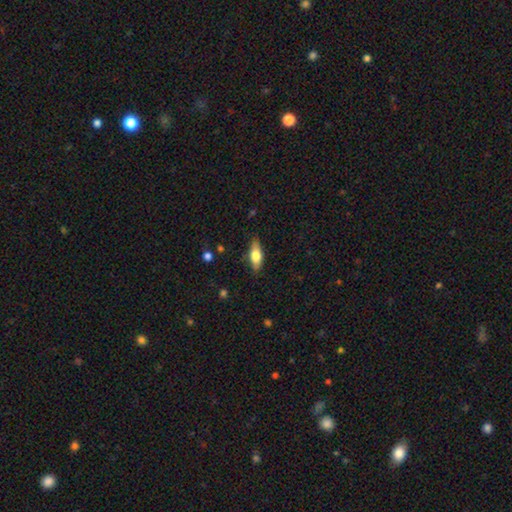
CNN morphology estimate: Smooth or featured? Predicted: smooth (p=0.63). How rounded? Predicted: in between (p=0.69). Merging? Predicted: none (p=0.83).